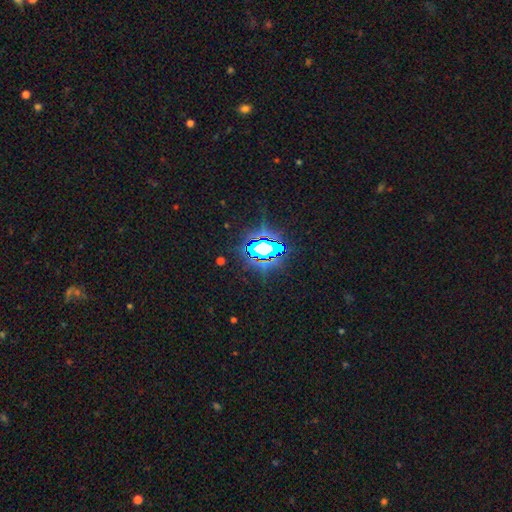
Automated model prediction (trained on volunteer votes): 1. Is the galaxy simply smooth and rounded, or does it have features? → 74% star or artifact, 14% smooth, 12% featured or disk.